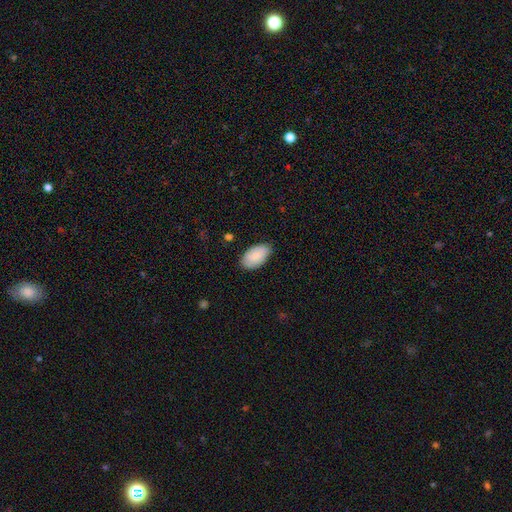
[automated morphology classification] smooth-or-featured: smooth: 83% | featured or disk: 11% | star or artifact: 6%
  how-rounded: in between: 95% | round: 4% | cigar-shaped: 1%
  merging: none: 75% | minor disturbance: 21% | major disturbance: 3% | merger: 1%